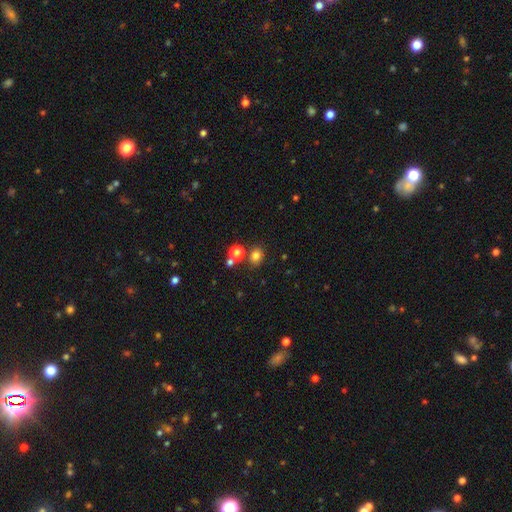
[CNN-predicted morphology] A smooth galaxy with no disk features (77%) that is round (62%).

Vote fractions:
- Smooth or featured? smooth: 77% / star or artifact: 17% / featured or disk: 6%
- How rounded? round: 62% / in between: 37% / cigar-shaped: 1%
- Merging? none: 75% / merger: 12% / minor disturbance: 10% / major disturbance: 4%